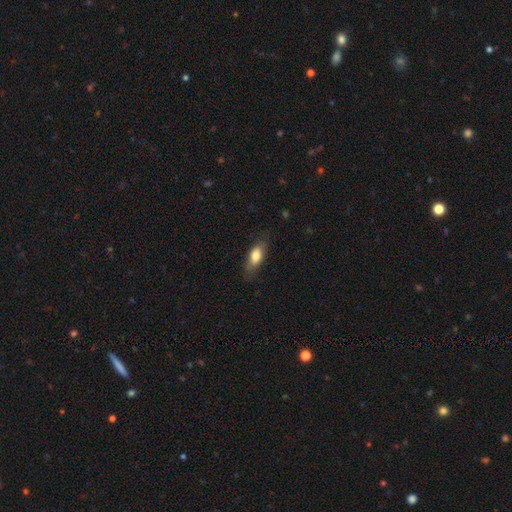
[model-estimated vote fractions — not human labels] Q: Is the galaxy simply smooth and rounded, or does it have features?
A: smooth — 75%.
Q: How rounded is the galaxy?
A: in between — 77%.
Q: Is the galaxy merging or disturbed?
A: none — 74%.